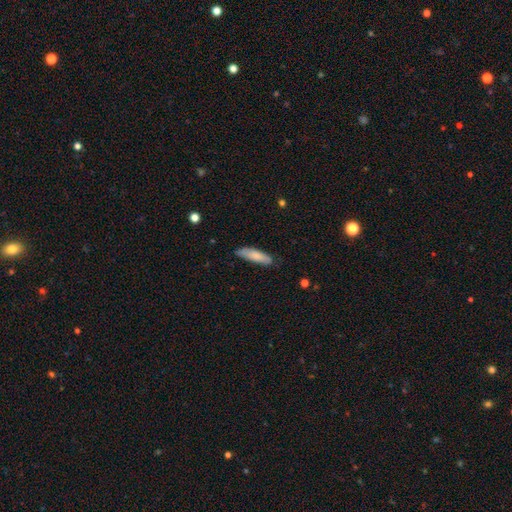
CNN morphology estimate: Smooth or featured?
  - smooth: 80% *
  - featured or disk: 15%
  - star or artifact: 6%
How rounded?
  - cigar-shaped: 62% *
  - in between: 36%
  - round: 1%
Merging?
  - none: 78% *
  - minor disturbance: 18%
  - major disturbance: 3%
  - merger: 1%